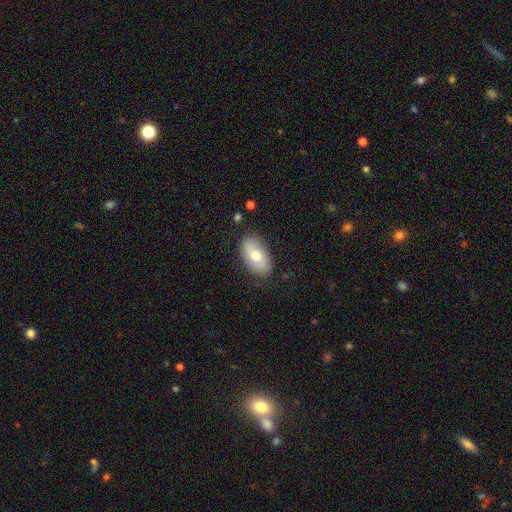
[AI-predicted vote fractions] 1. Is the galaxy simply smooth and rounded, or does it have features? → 69% smooth, 25% featured or disk, 6% star or artifact.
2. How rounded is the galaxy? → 93% in between, 5% round, 2% cigar-shaped.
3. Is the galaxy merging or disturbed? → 84% none, 12% minor disturbance, 3% major disturbance, 1% merger.